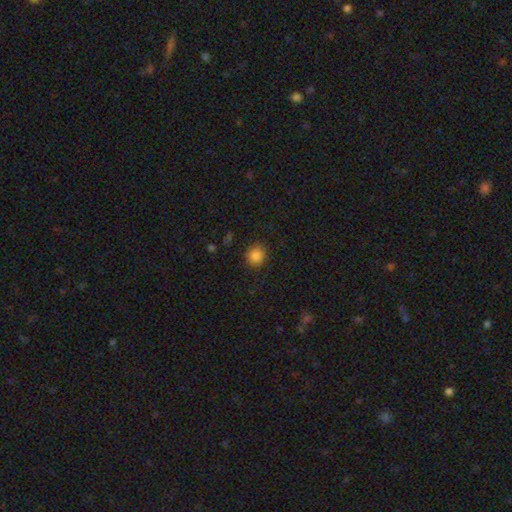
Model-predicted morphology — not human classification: A smooth galaxy with no disk features (85%) that is round (85%). Merging: none (88%).